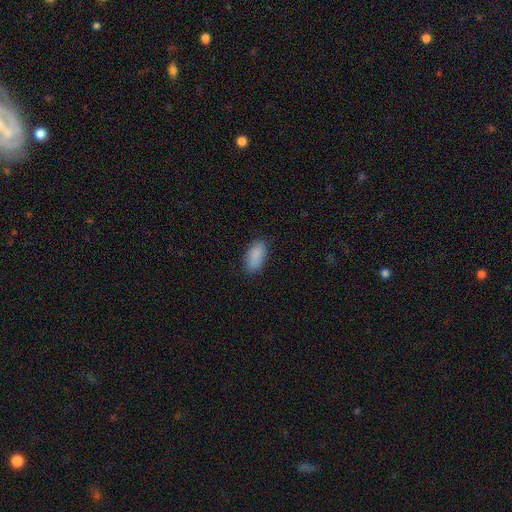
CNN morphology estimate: The model was most divided on "merging": none: 84%, minor disturbance: 12%, major disturbance: 3%, merger: 1%. More confident: how rounded — in between (93%); smooth or featured — smooth (89%).